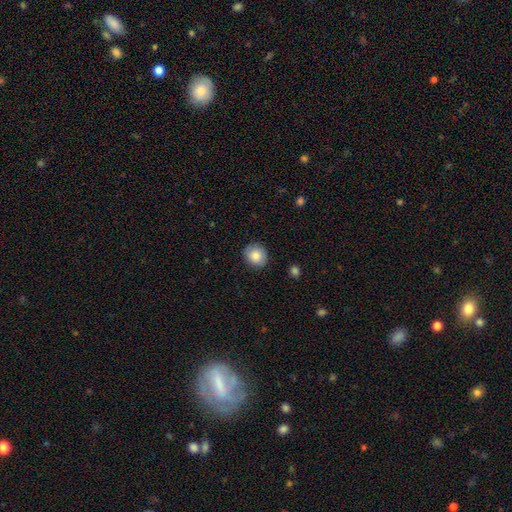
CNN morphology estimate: This appears to be a smooth galaxy with no disk features (84%) that is round (76%). Merging: none (87%).